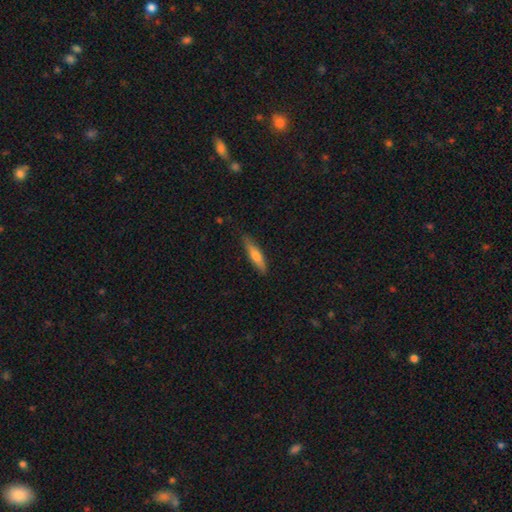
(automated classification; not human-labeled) Morphology: type=smooth (65%); roundness=cigar-shaped (79%); merging=none (84%).